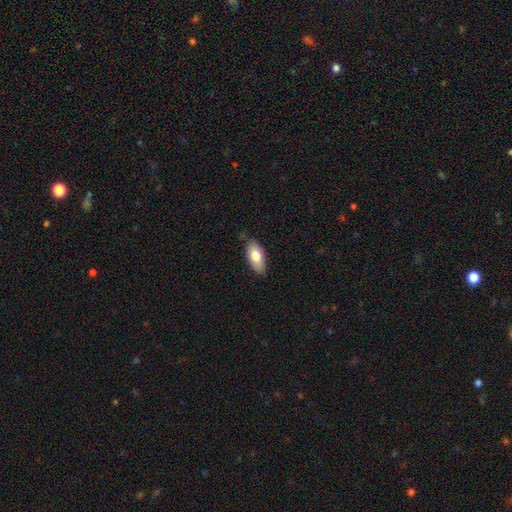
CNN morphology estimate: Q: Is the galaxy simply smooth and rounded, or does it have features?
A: smooth — 77%.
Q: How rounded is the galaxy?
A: in between — 89%.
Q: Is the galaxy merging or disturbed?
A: none — 81%.